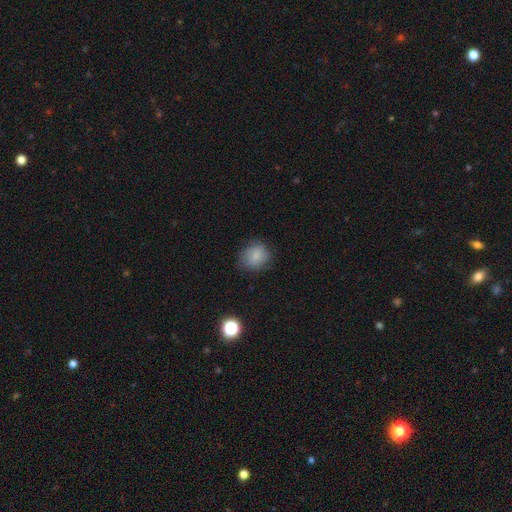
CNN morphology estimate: The model was most divided on "how rounded": round: 69%, in between: 30%, cigar-shaped: 1%. More confident: smooth or featured — smooth (82%); merging — none (74%).